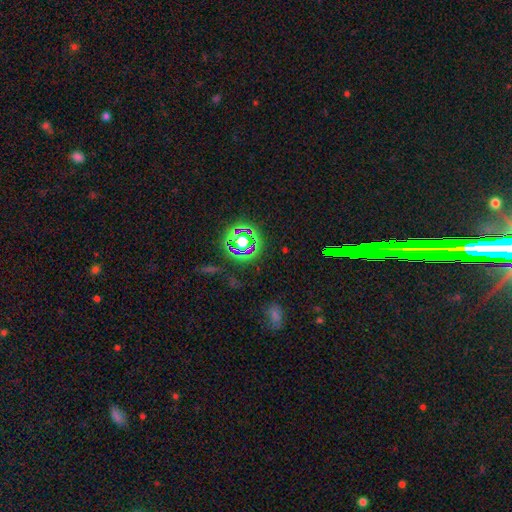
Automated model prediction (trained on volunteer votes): This appears to be a star or artifact, not a galaxy (71%).